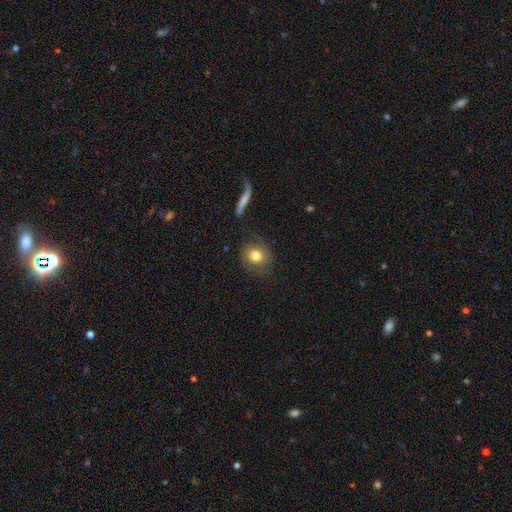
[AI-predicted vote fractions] Smooth or featured: smooth — 66% (featured or disk — 25%)
How rounded: round — 82% (in between — 17%)
Merging: none — 74% (minor disturbance — 15%)